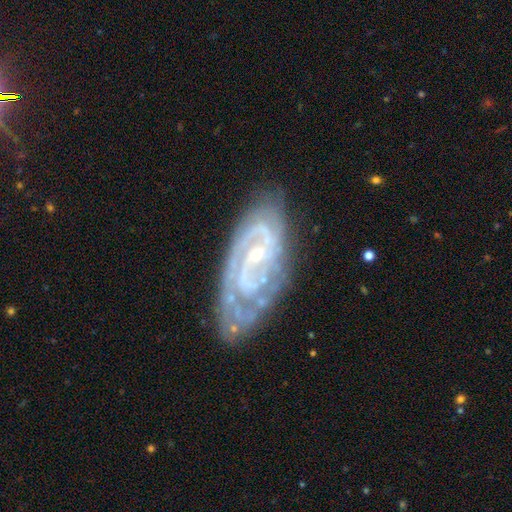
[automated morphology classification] type=featured or disk (88%); edge-on=no (95%); bar=weak (42%); spiral arms=yes (95%); winding=tight (63%); arm count=2 (50%); bulge=small (70%); merging=none (71%).